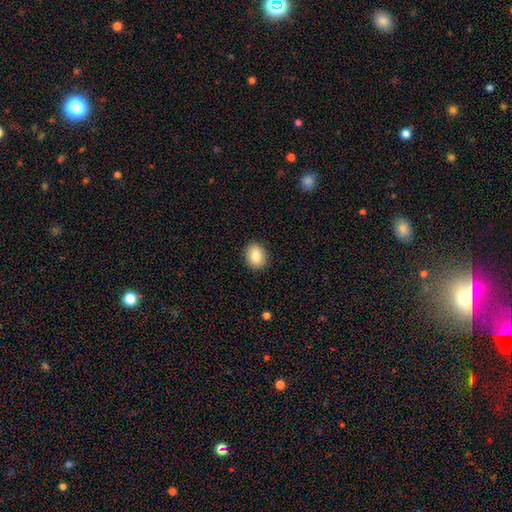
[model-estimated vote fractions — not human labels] A smooth galaxy with no disk features (83%) that is round (50%). Merging: none (90%).